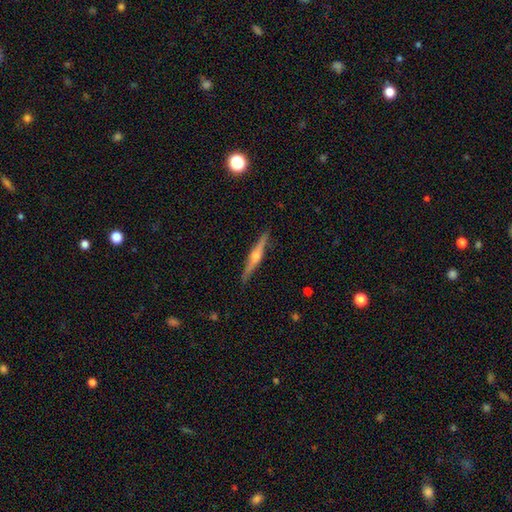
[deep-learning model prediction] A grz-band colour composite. It shows a featured or disk galaxy (80%) viewed edge-on (98%) with a rounded central bulge (92%). Merging: none (91%).